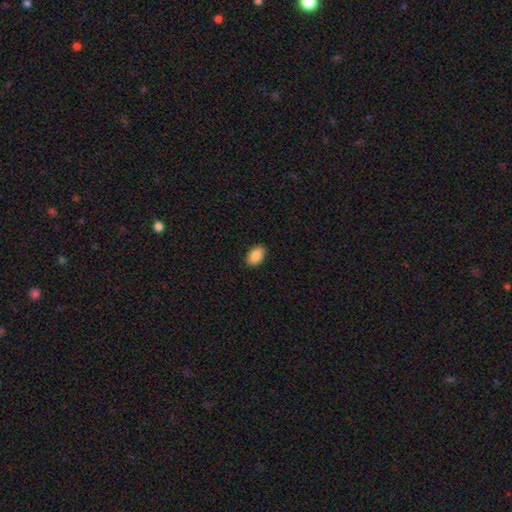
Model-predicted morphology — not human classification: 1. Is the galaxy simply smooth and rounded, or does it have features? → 88% smooth, 7% star or artifact, 5% featured or disk.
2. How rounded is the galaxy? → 91% in between, 8% round, 1% cigar-shaped.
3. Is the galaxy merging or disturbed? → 89% none, 8% minor disturbance, 2% major disturbance, 1% merger.